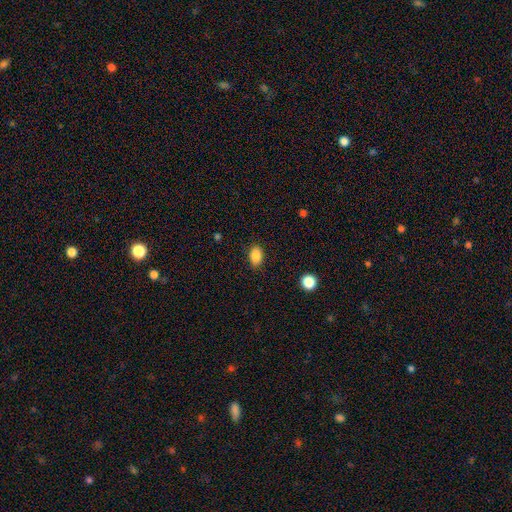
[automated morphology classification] This is clearly a smooth galaxy (87%). How rounded: clearly in between (83%). Merging: clearly none (87%).